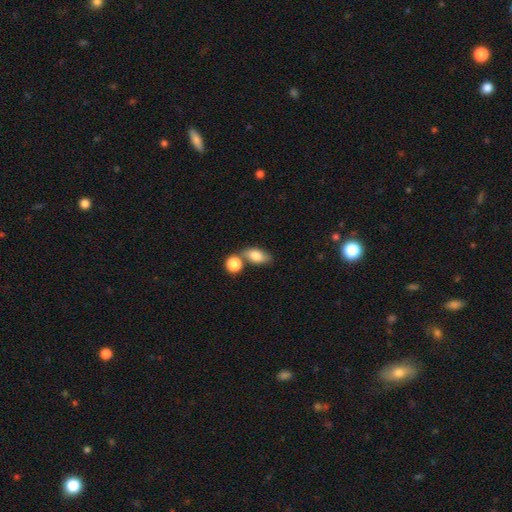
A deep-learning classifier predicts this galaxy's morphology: Smooth or featured: smooth — 79% (featured or disk — 13%)
How rounded: in between — 82% (round — 12%)
Merging: none — 55% (merger — 27%)